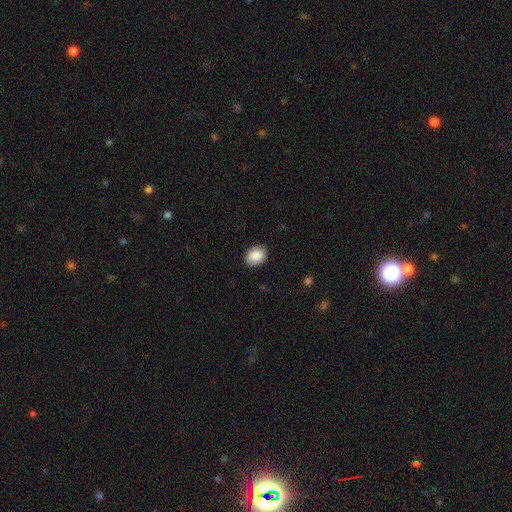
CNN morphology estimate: This appears to be a smooth galaxy with no disk features (89%) that is in between round and cigar-shaped (60%). Merging: none (88%).